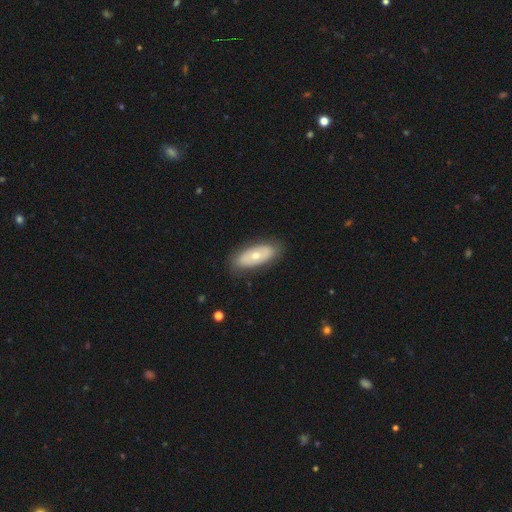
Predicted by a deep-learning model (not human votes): This appears to be a smooth galaxy with no disk features (52%) that is in between round and cigar-shaped (86%). Merging: none (83%).